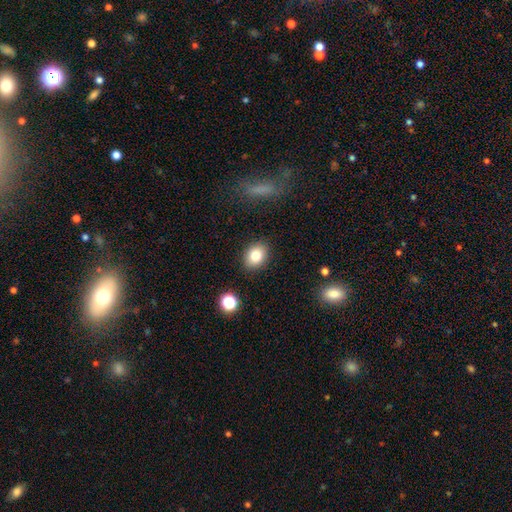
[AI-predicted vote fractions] Smooth or featured? Predicted: smooth (p=0.82). How rounded? Predicted: in between (p=0.61). Merging? Predicted: none (p=0.87).